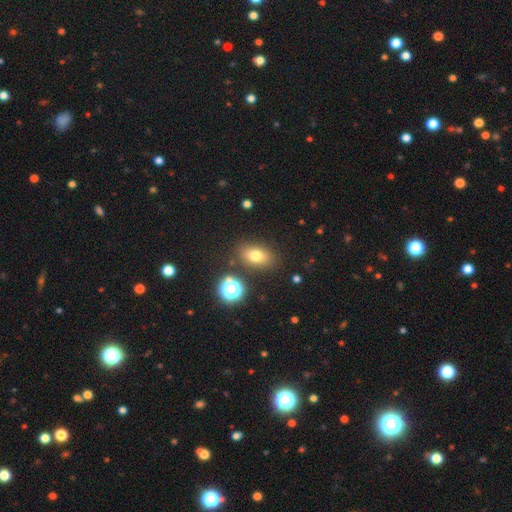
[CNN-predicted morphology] Smooth or featured? smooth (74%)
How rounded? in between (79%)
Merging? none (82%)